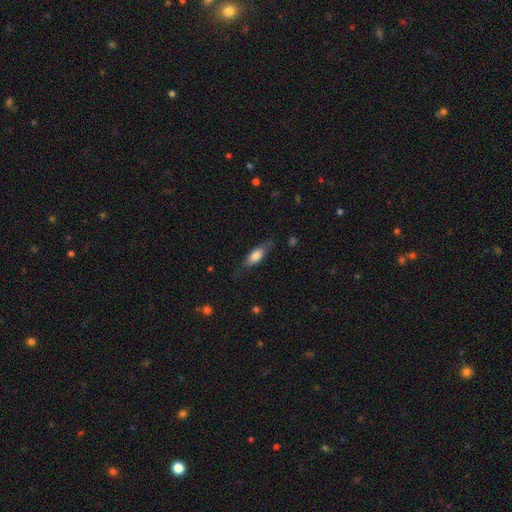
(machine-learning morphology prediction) Smooth or featured: smooth — 67% (featured or disk — 27%)
How rounded: in between — 61% (cigar-shaped — 37%)
Merging: none — 73% (minor disturbance — 20%)